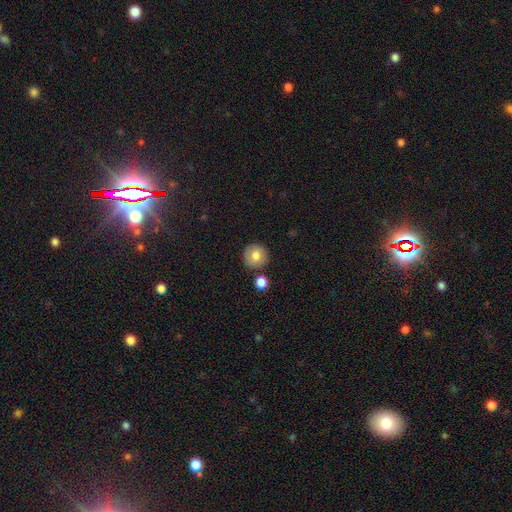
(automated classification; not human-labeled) Overall: smooth (78%). How rounded: round (93%). Merging: none (84%).